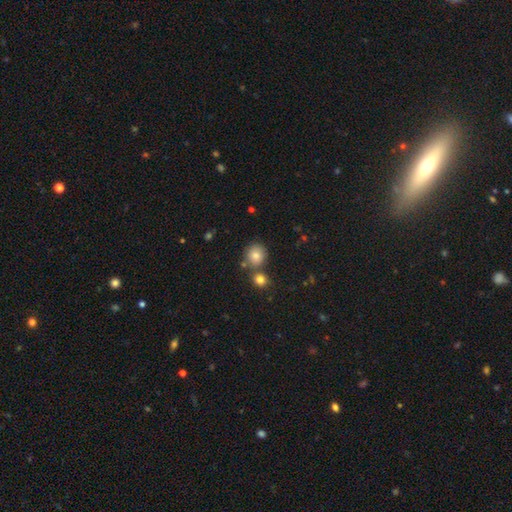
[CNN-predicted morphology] smooth 81%, star or artifact 10%, featured or disk 8%. Down the decision tree: how rounded — round (82%); merging — none (69%).